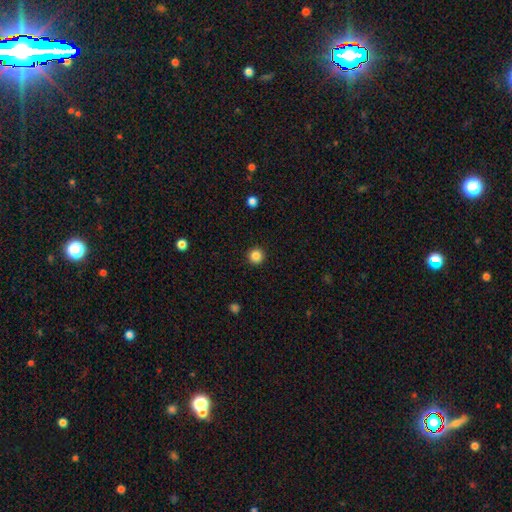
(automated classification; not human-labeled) smooth 86%, star or artifact 11%, featured or disk 3%. Down the decision tree: how rounded — round (96%); merging — none (93%).